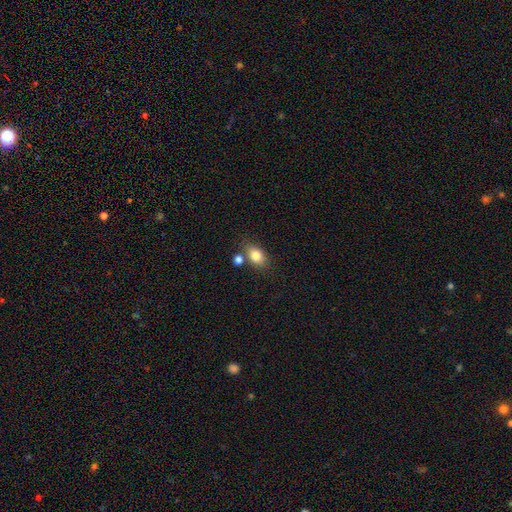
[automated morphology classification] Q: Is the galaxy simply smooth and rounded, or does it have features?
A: smooth — 83%.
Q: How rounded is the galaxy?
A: in between — 77%.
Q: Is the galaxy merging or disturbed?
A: none — 64%.